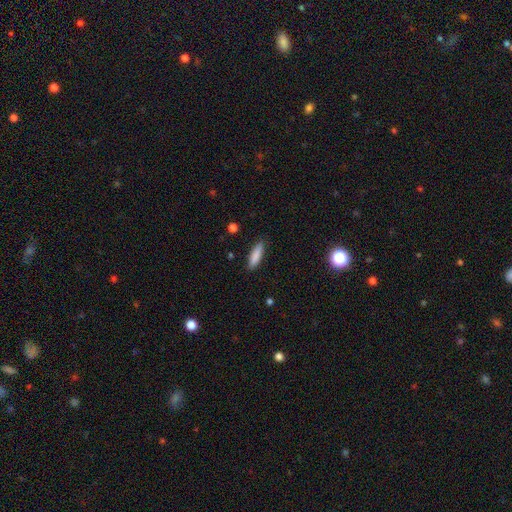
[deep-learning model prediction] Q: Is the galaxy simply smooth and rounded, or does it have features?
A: smooth — 86%.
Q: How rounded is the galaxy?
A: cigar-shaped — 64%.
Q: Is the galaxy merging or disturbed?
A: none — 87%.